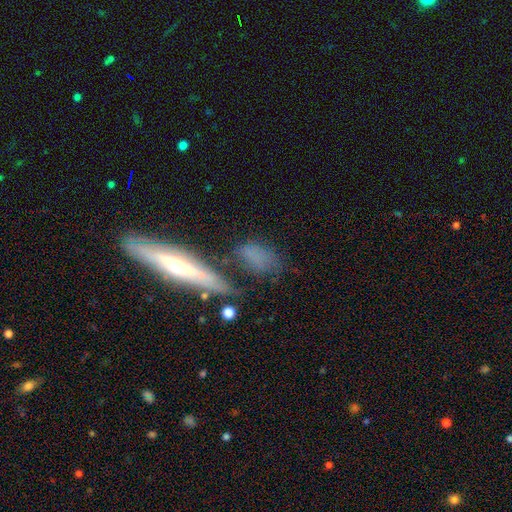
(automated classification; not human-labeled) Smooth or featured? Predicted: smooth (p=0.55). How rounded? Predicted: in between (p=0.54). Merging? Predicted: none (p=0.51).